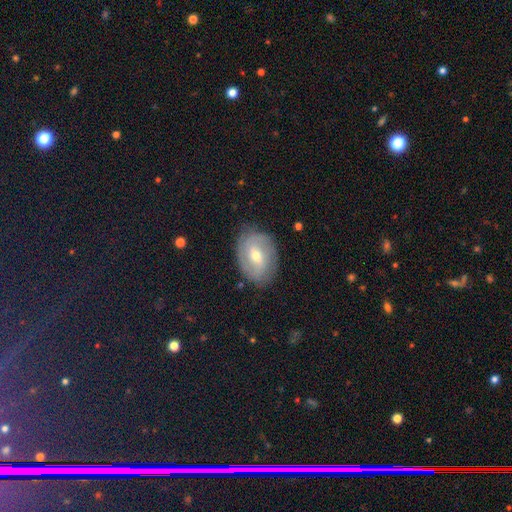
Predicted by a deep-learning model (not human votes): Smooth or featured? featured or disk (67%)
Edge-on disk? no (95%)
Bar? weak (49%)
Spiral arms? yes (80%)
Spiral winding? tight (43%)
Spiral arm count? 2 (65%)
Bulge size? moderate (60%)
Merging? none (80%)